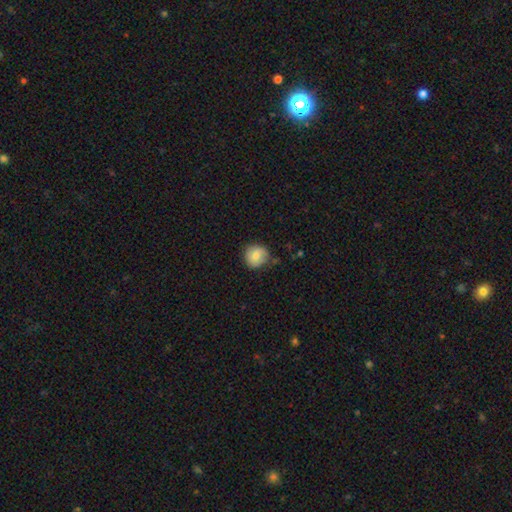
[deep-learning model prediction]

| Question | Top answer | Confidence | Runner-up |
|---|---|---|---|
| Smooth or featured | smooth | 74% | featured or disk (18%) |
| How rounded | round | 86% | in between (13%) |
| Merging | none | 69% | minor disturbance (24%) |